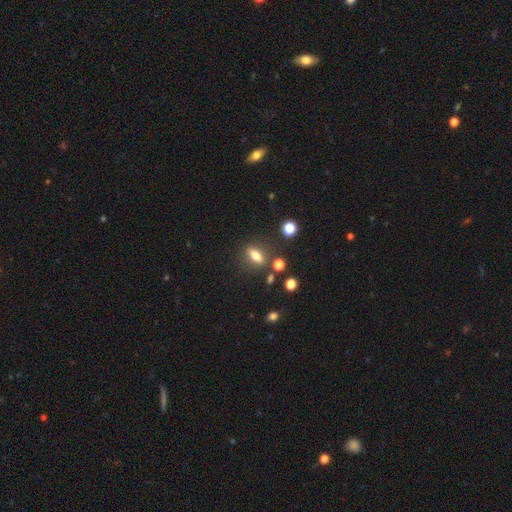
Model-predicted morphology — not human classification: Smooth or featured: smooth — 64% (featured or disk — 24%)
How rounded: in between — 59% (cigar-shaped — 28%)
Merging: none — 79% (minor disturbance — 11%)